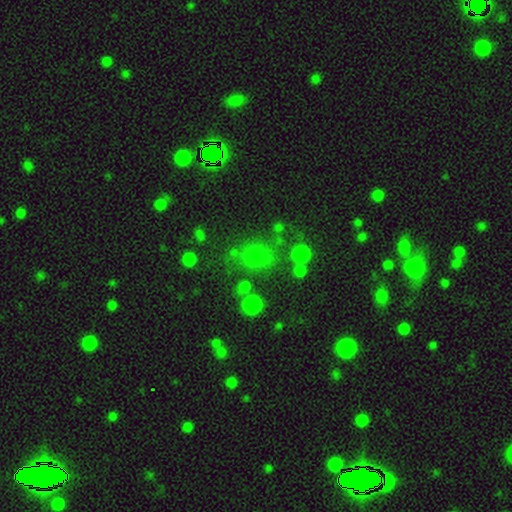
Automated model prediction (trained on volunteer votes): Smooth or featured? Predicted: smooth (p=0.73). How rounded? Predicted: round (p=0.84). Merging? Predicted: none (p=0.71).